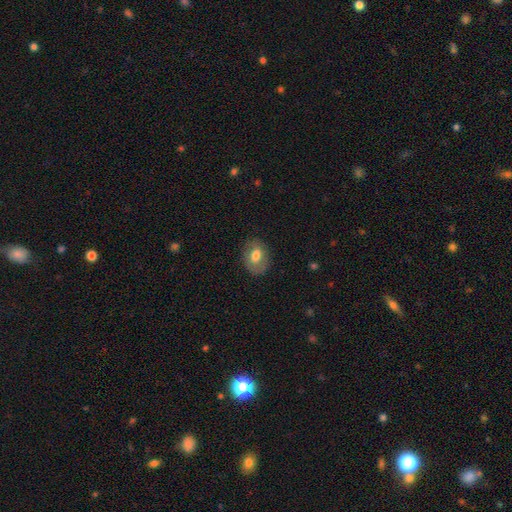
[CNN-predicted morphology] Overall: smooth (68%). How rounded: in between (67%; round 31%). Merging: none (80%).